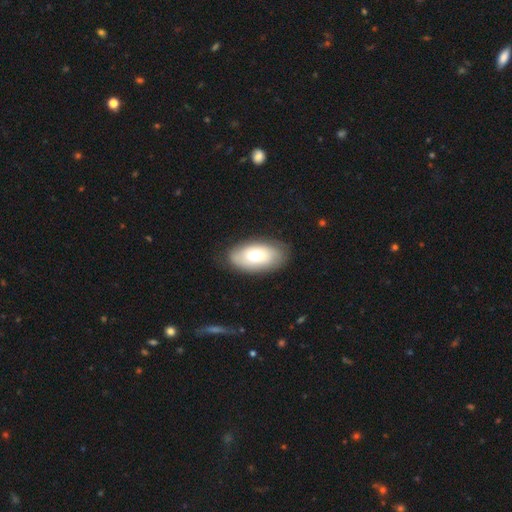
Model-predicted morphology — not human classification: Smooth or featured: smooth — 70% (featured or disk — 23%)
How rounded: in between — 94% (round — 3%)
Merging: none — 82% (minor disturbance — 13%)